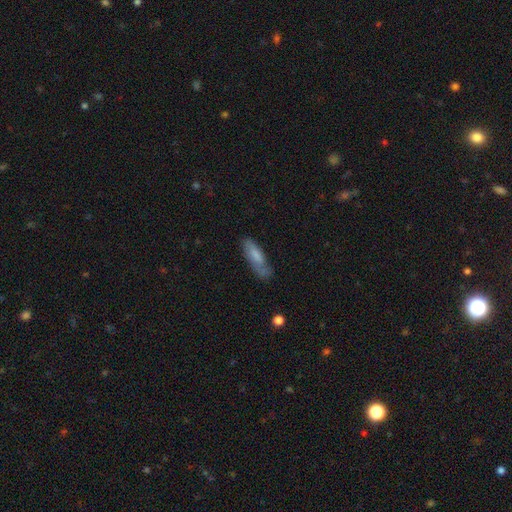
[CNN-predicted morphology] Smooth or featured?
  - smooth: 69% *
  - featured or disk: 24%
  - star or artifact: 7%
How rounded?
  - in between: 49% * (tied)
  - cigar-shaped: 49% * (tied)
  - round: 2%
Merging?
  - none: 60% *
  - minor disturbance: 27%
  - major disturbance: 10%
  - merger: 3%